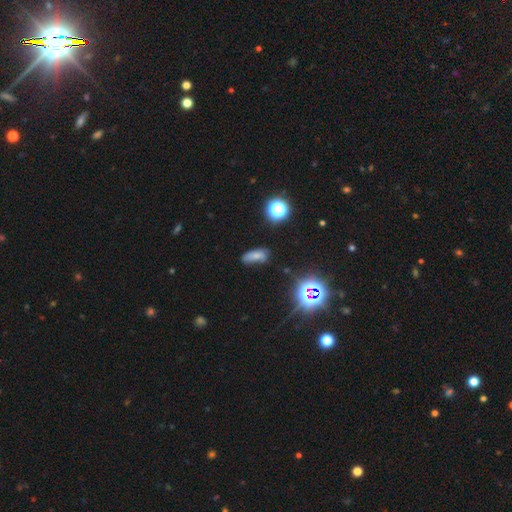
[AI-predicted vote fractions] A smooth galaxy with no disk features (62%) that is in between round and cigar-shaped (74%). Merging: none (56%).